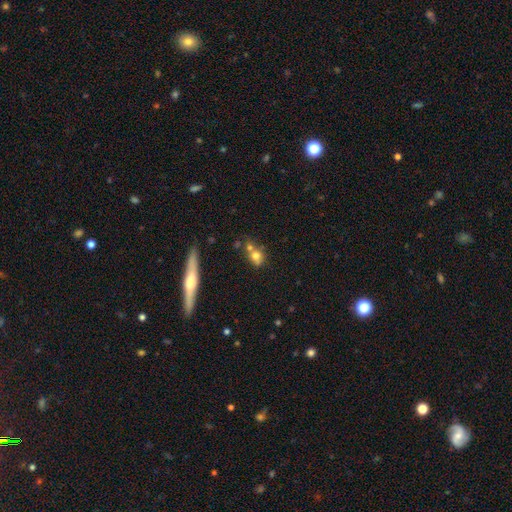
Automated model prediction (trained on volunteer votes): Smooth or featured? smooth (71%)
How rounded? round (61%)
Merging? none (45%)